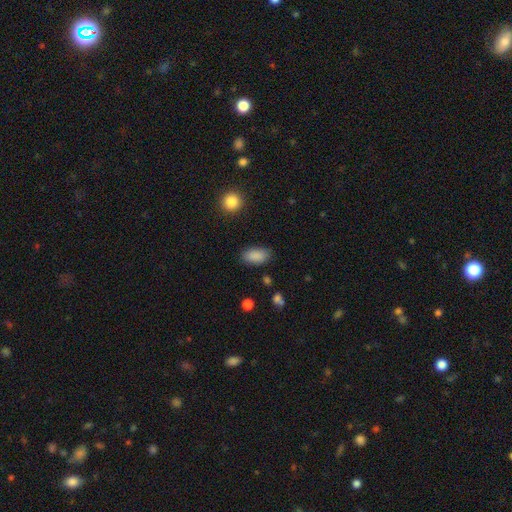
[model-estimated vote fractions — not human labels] This appears to be a smooth galaxy with no disk features (88%) that is in between round and cigar-shaped (93%). Merging: none (84%).